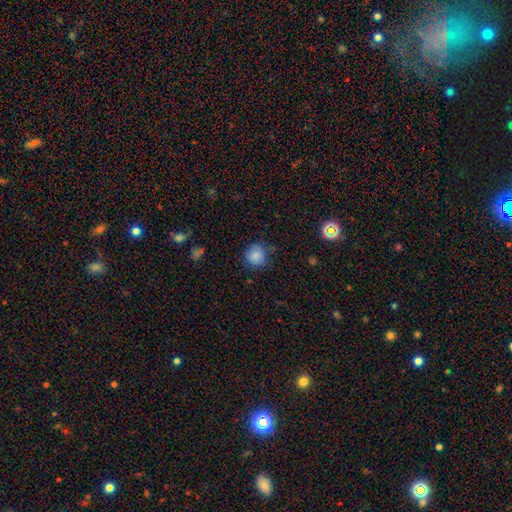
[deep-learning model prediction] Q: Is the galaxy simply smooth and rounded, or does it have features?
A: smooth — 84%.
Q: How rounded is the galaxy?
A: round — 89%.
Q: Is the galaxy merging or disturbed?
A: none — 75%.